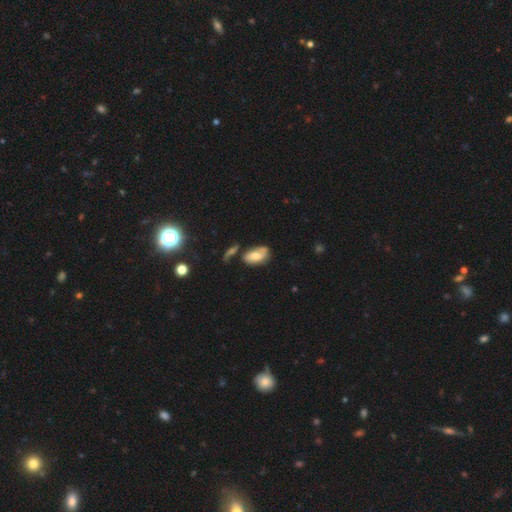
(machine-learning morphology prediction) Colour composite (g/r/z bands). It shows a smooth galaxy with no disk features (61%) that is in between round and cigar-shaped (92%). Merging: none (44%).